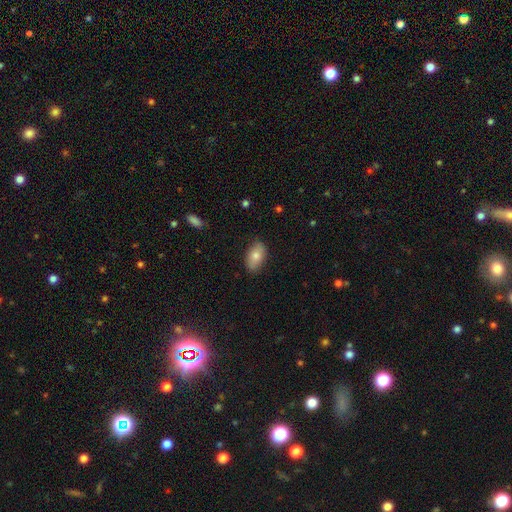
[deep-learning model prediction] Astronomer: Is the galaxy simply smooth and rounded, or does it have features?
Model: smooth — 77%.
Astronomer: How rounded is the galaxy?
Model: in between — 92%.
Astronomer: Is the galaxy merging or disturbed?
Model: none — 84%.